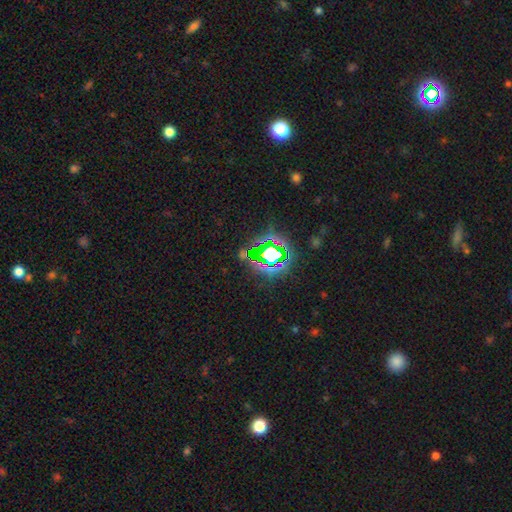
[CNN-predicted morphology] Overall: star or artifact (78%).